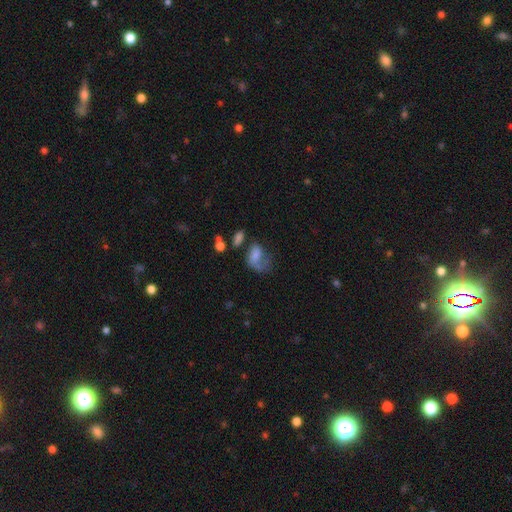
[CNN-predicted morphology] smooth_or_featured: smooth (p=0.54) [alt: featured or disk p=0.34]
how_rounded: in between (p=0.79) [alt: round p=0.19]
merging: major disturbance (p=0.47) [alt: none p=0.24]